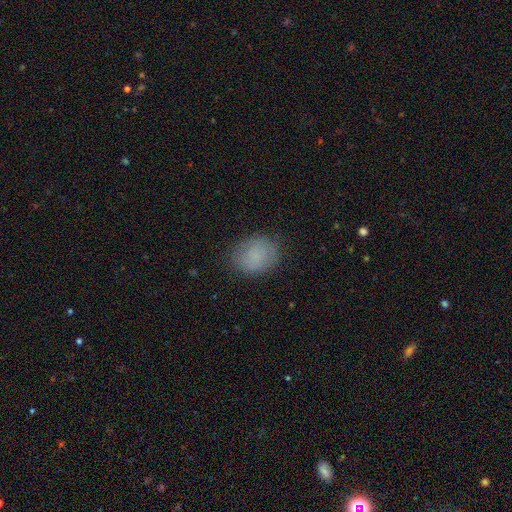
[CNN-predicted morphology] The model was most divided on "how rounded": in between: 51%, round: 48%, cigar-shaped: 1%. More confident: smooth or featured — smooth (80%); merging — none (80%).